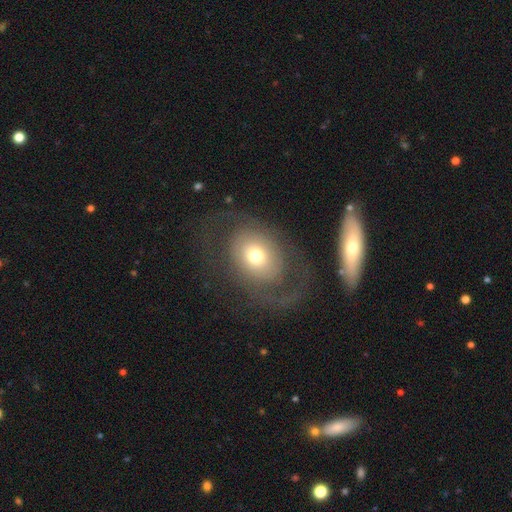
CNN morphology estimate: A smooth galaxy with no disk features (47%). Merging: none (54%).